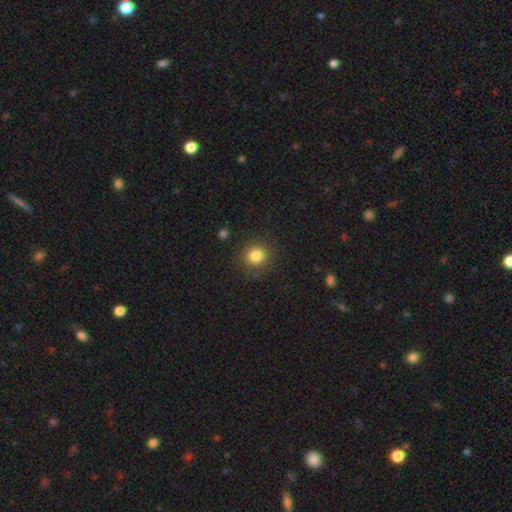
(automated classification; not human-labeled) smooth-or-featured: smooth: 83% | star or artifact: 11% | featured or disk: 5%
  how-rounded: round: 91% | in between: 8% | cigar-shaped: 1%
  merging: none: 87% | minor disturbance: 8% | major disturbance: 3% | merger: 2%